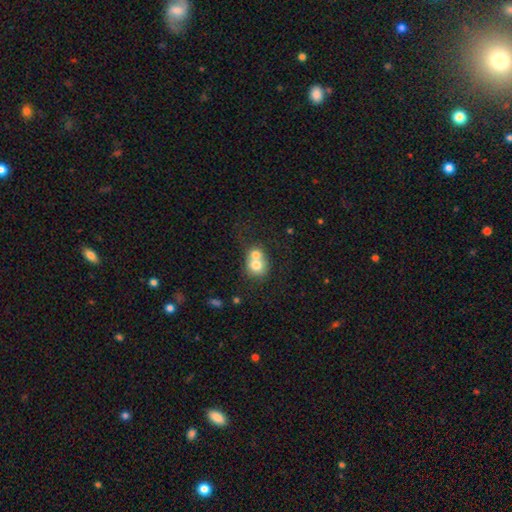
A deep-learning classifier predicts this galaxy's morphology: Smooth or featured: smooth — 67% (featured or disk — 21%)
How rounded: round — 77% (in between — 22%)
Merging: merger — 63% (none — 26%)